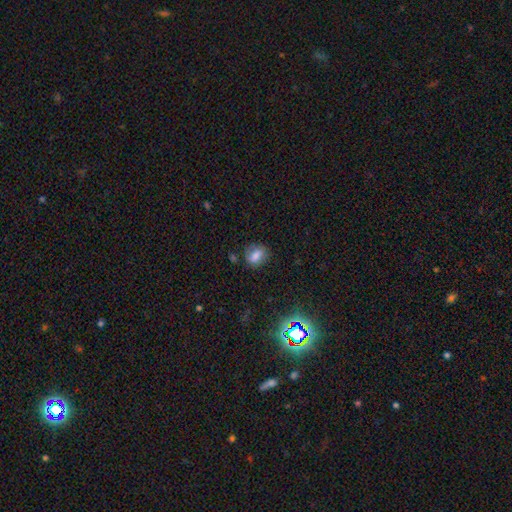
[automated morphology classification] smooth-or-featured: smooth: 72% | featured or disk: 16% | star or artifact: 13%
  how-rounded: in between: 58% | round: 39% | cigar-shaped: 3%
  merging: none: 74% | minor disturbance: 18% | major disturbance: 5% | merger: 3%